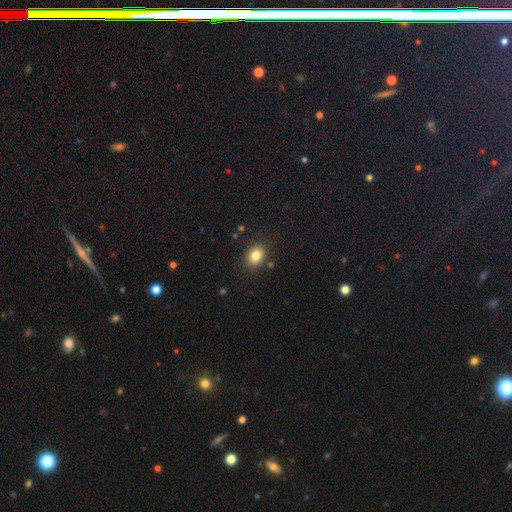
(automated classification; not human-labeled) smooth-or-featured: smooth: 83% | star or artifact: 10% | featured or disk: 8%
  how-rounded: in between: 71% | round: 28% | cigar-shaped: 1%
  merging: none: 85% | minor disturbance: 10% | major disturbance: 3% | merger: 2%